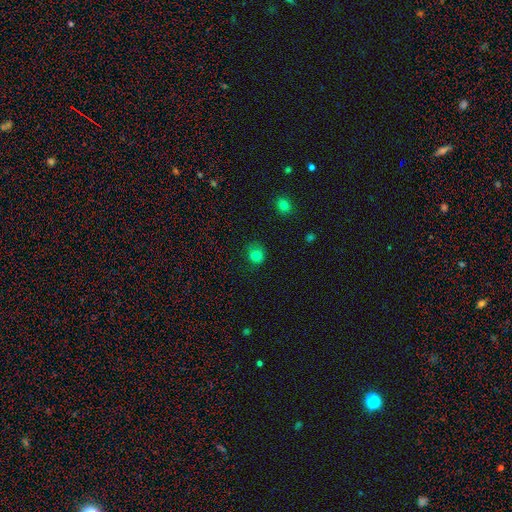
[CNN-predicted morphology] smooth_or_featured: smooth (p=0.81) [alt: star or artifact p=0.14]
how_rounded: round (p=0.83) [alt: in between p=0.16]
merging: none (p=0.75) [alt: minor disturbance p=0.18]